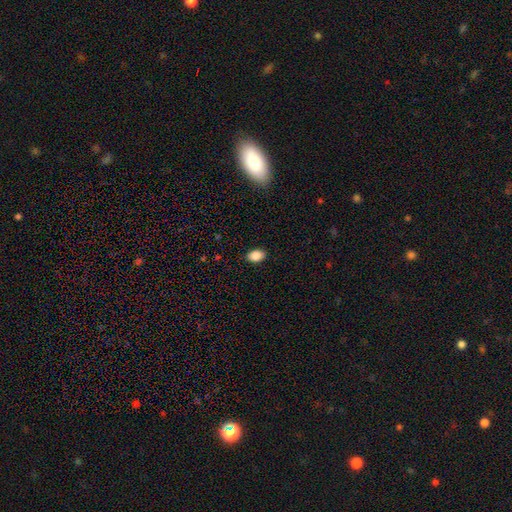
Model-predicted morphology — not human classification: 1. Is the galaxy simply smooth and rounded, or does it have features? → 87% smooth, 8% star or artifact, 5% featured or disk.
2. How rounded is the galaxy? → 88% in between, 11% round, 1% cigar-shaped.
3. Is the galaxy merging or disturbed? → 88% none, 9% minor disturbance, 2% major disturbance, 1% merger.